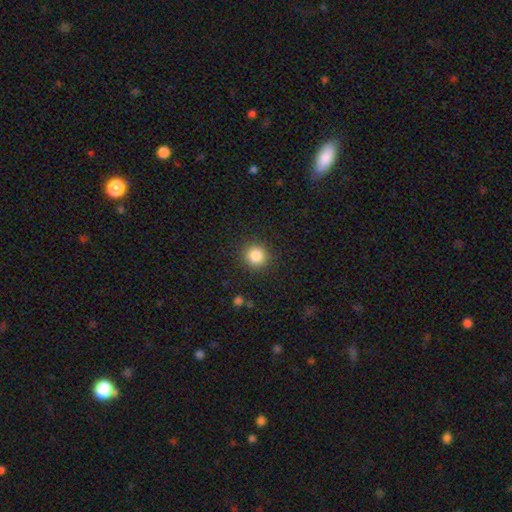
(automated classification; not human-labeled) This appears to be a smooth galaxy with no disk features (85%) that is round (94%). Merging: none (90%).